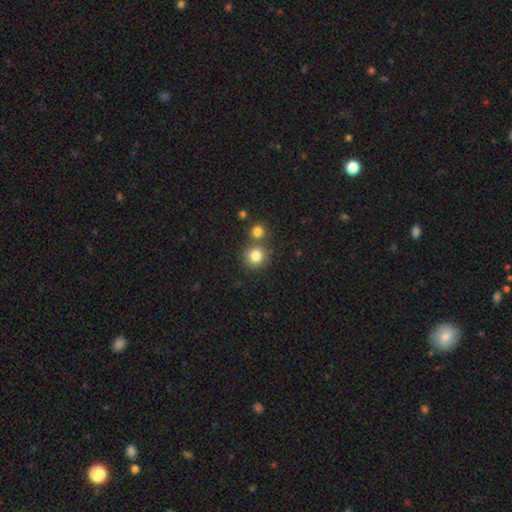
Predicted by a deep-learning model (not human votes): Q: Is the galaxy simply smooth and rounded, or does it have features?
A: smooth — 82%.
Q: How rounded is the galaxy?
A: round — 91%.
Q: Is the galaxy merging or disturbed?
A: none — 64%.